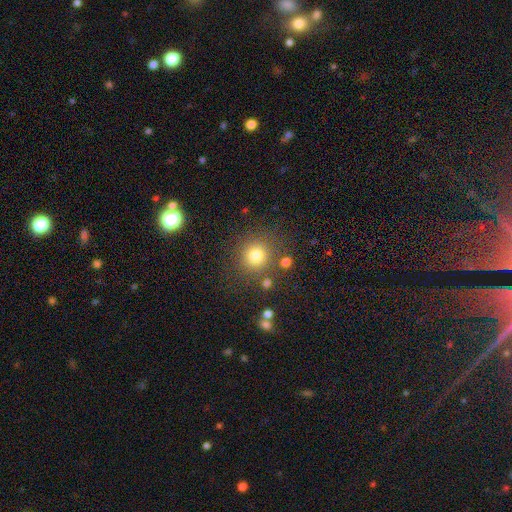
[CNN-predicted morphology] Smooth or featured?
  - smooth: 79% *
  - star or artifact: 14%
  - featured or disk: 7%
How rounded?
  - round: 92% *
  - in between: 7%
  - cigar-shaped: 1%
Merging?
  - none: 82% *
  - minor disturbance: 9%
  - merger: 5%
  - major disturbance: 4%